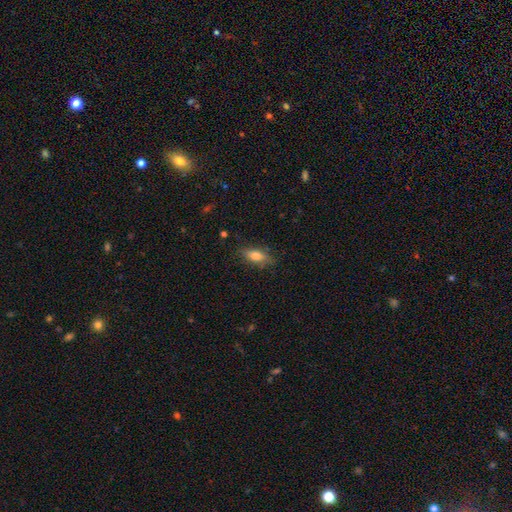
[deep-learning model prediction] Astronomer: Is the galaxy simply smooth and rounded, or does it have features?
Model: smooth — 73%.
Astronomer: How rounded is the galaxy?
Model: in between — 70%.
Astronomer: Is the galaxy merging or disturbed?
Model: none — 78%.